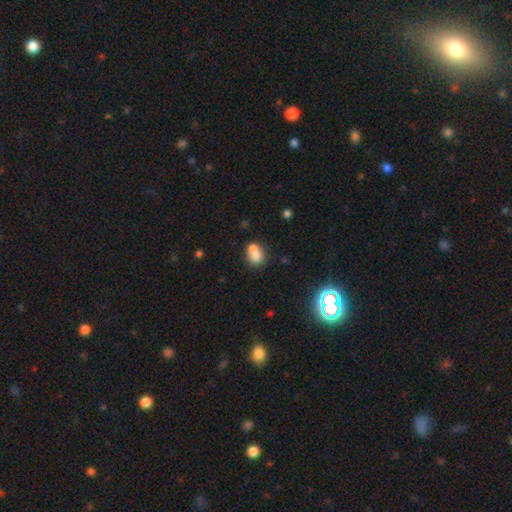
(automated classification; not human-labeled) smooth_or_featured: smooth (p=0.70) [alt: featured or disk p=0.18]
how_rounded: round (p=0.66) [alt: in between p=0.33]
merging: merger (p=0.61) [alt: none p=0.29]